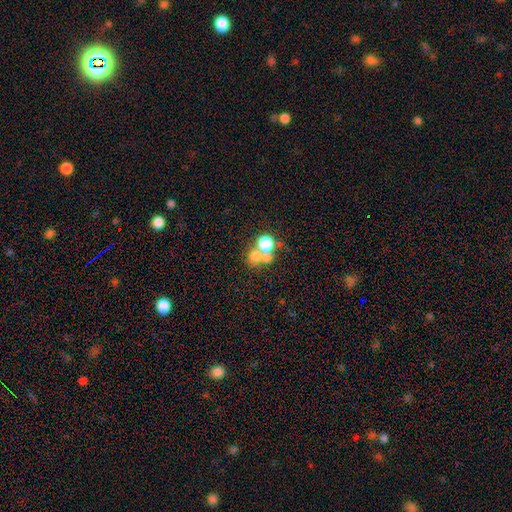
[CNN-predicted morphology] This is likely a smooth galaxy (65%). How rounded: clearly round (82%). Merging: possibly merger (56%).